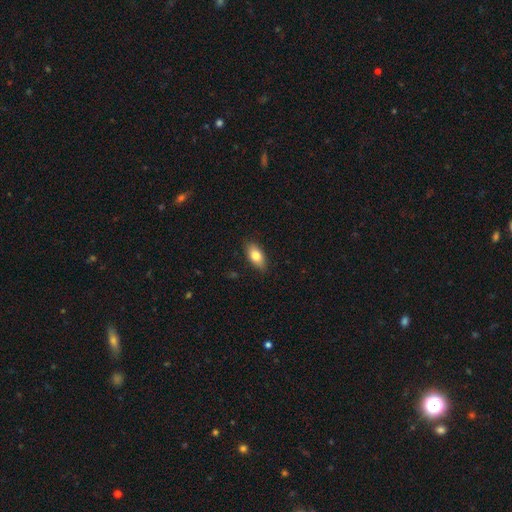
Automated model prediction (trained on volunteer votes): smooth 80%, featured or disk 13%, star or artifact 7%. Down the decision tree: how rounded — in between (89%); merging — none (85%).